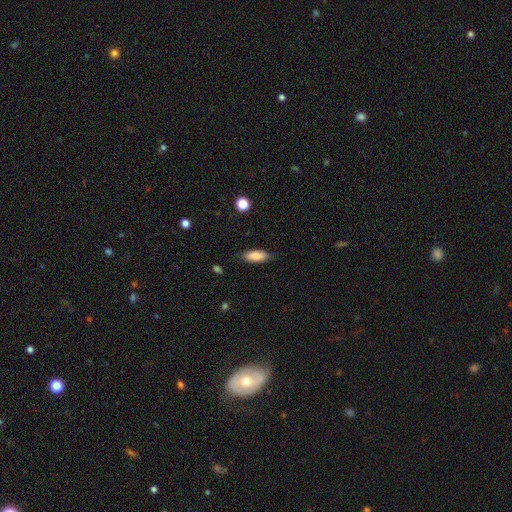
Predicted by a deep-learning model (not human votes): Smooth or featured: smooth — 83% (featured or disk — 10%)
How rounded: in between — 70% (cigar-shaped — 28%)
Merging: none — 80% (minor disturbance — 16%)